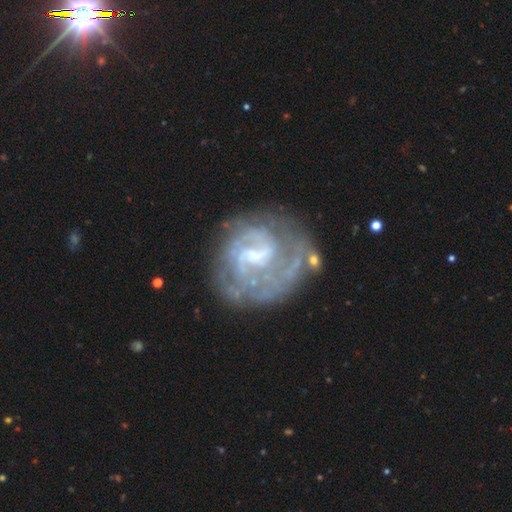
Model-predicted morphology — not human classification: A featured or disk galaxy (83%) with a weak bar (56%), 2 (35%) tight (47%) spiral arms (86%) and a small central bulge (41%).

Vote fractions:
- Smooth or featured? featured or disk: 83% / smooth: 10% / star or artifact: 7%
- Edge-on disk? no: 98% / yes: 2%
- Bar? weak: 56% / no: 26% / strong: 19%
- Spiral arms? yes: 86% / no: 14%
- Spiral winding? tight: 47% / medium: 37% / loose: 16%
- Spiral arm count? 2: 35% / can't tell: 34% / 3: 12% / 1: 11% / 4: 4% / more than 4: 4%
- Bulge size? small: 41% / moderate: 31% / none: 23% / large: 4% / dominant: 1%
- Merging? none: 59% / major disturbance: 18% / minor disturbance: 18% / merger: 4%